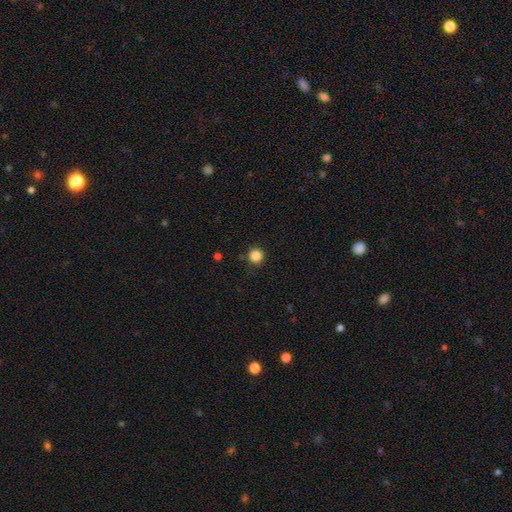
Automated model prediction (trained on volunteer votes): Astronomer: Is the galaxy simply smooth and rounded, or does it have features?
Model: smooth — 85%.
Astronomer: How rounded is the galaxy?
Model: round — 95%.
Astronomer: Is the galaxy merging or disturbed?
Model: none — 89%.